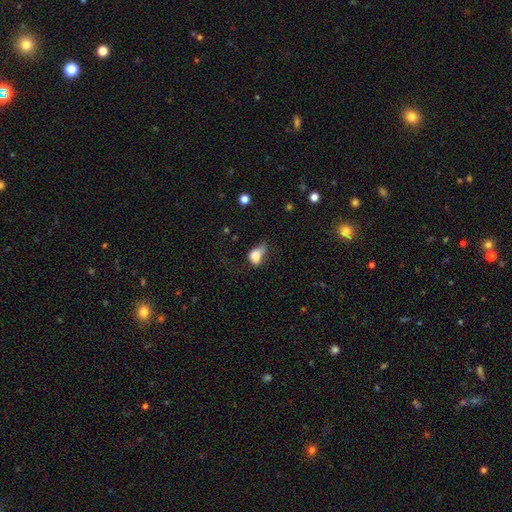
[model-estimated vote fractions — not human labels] Overall: smooth (76%). How rounded: in between (78%). Merging: major disturbance (40%; minor disturbance 32%).